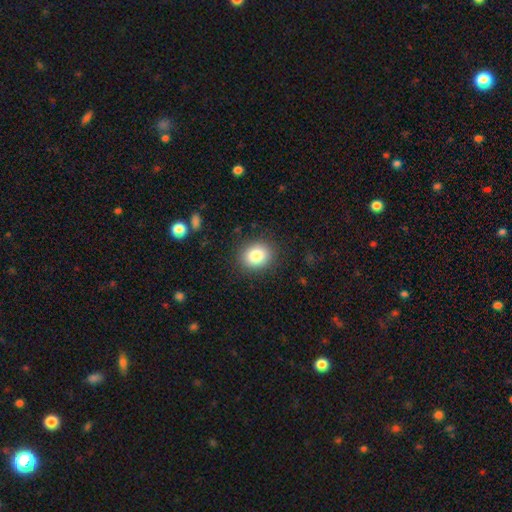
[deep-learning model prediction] smooth-or-featured: smooth: 85% | star or artifact: 9% | featured or disk: 6%
  how-rounded: round: 58% | in between: 41% | cigar-shaped: 1%
  merging: none: 88% | minor disturbance: 8% | major disturbance: 3% | merger: 1%